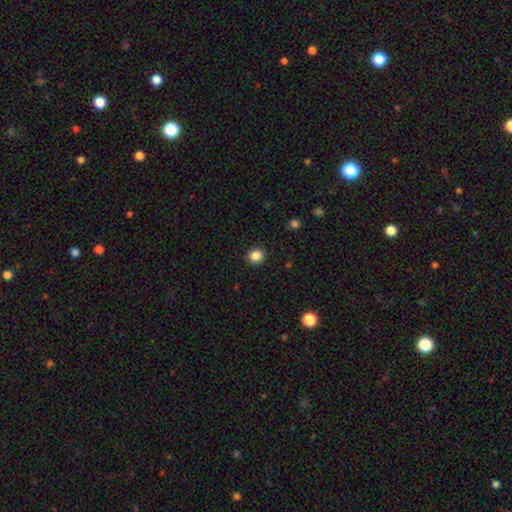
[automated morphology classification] This is clearly a smooth galaxy (86%). How rounded: clearly round (85%). Merging: clearly none (91%).